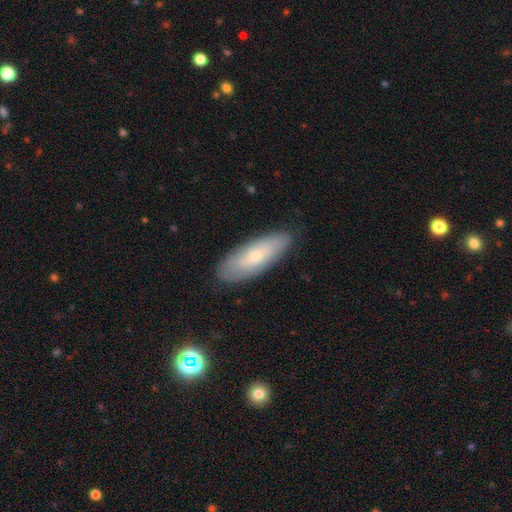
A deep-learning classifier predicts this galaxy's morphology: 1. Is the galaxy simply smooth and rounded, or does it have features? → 60% smooth, 33% featured or disk, 7% star or artifact.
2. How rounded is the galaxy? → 64% in between, 34% cigar-shaped, 2% round.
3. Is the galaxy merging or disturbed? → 83% none, 13% minor disturbance, 3% major disturbance, 1% merger.